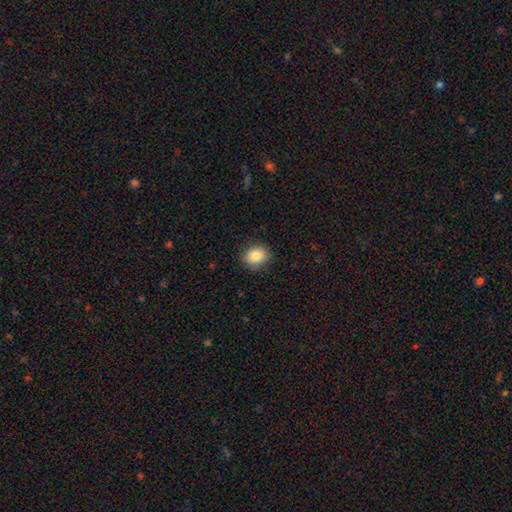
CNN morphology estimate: smooth 85%, star or artifact 9%, featured or disk 6%. Down the decision tree: how rounded — round (63%); merging — none (87%).